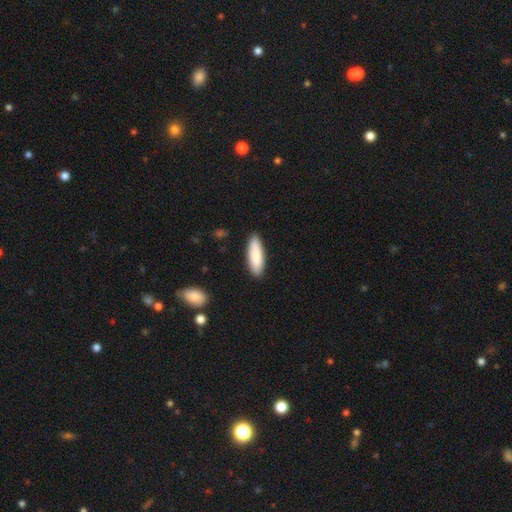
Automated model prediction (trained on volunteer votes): Morphology: type=smooth (87%); roundness=in between (54%); merging=none (88%).